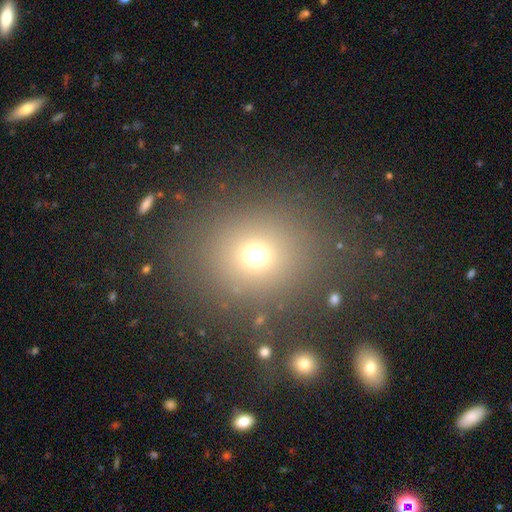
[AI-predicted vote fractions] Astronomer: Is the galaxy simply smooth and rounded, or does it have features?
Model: smooth — 69%.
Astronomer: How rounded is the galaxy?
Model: round — 78%.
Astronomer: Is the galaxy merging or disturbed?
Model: none — 82%.